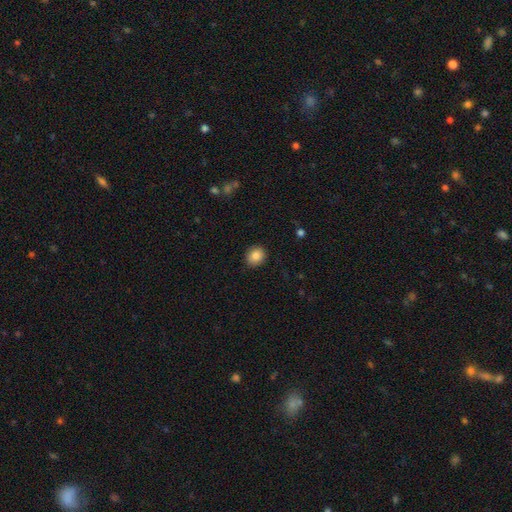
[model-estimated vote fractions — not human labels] Overall: smooth (85%). How rounded: round (69%; in between 30%). Merging: none (90%).